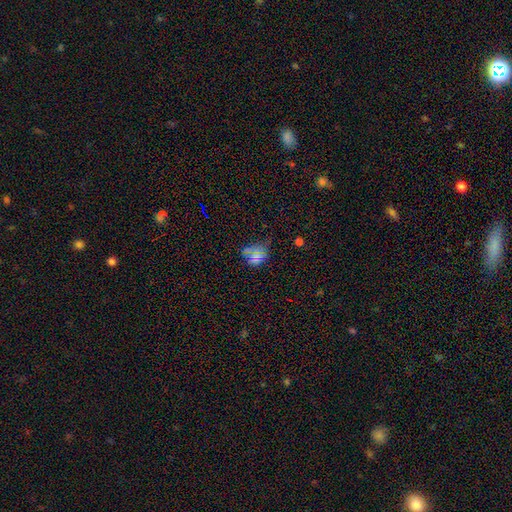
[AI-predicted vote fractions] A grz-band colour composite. It shows a smooth galaxy with no disk features (54%) that is round (57%). Merging: none (68%).